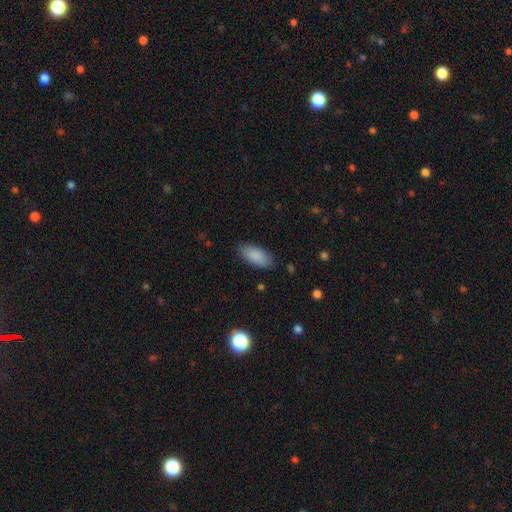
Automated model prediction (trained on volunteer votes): Q: Smooth or featured?
A: smooth (89%); runner-up: star or artifact (6%)
Q: How rounded?
A: in between (89%); runner-up: cigar-shaped (9%)
Q: Merging?
A: none (85%); runner-up: minor disturbance (11%)